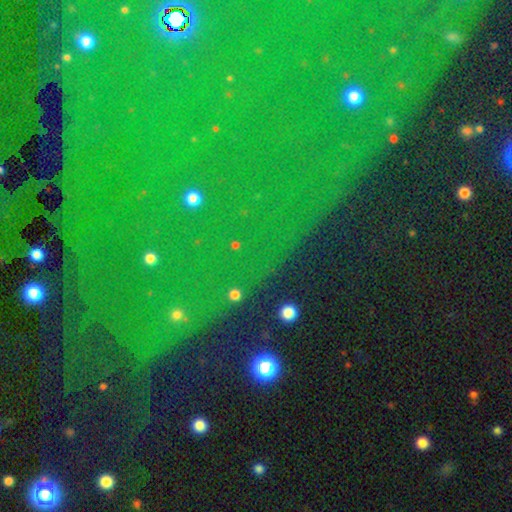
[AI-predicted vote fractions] Smooth or featured? star or artifact (81%)